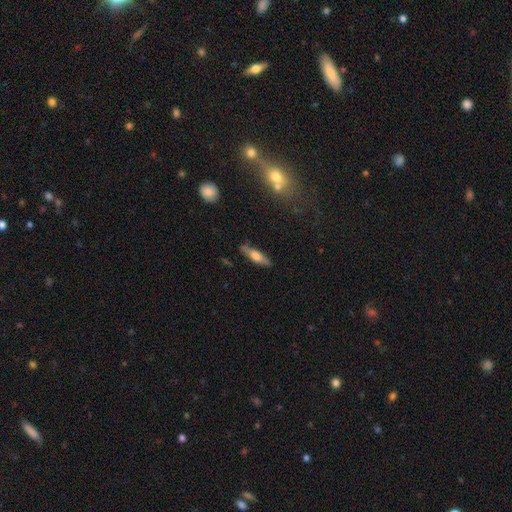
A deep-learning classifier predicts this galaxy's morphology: A smooth galaxy with no disk features (51%) that is cigar-shaped (67%).

Vote fractions:
- Smooth or featured? smooth: 51% / featured or disk: 42% / star or artifact: 7%
- How rounded? cigar-shaped: 67% / in between: 30% / round: 2%
- Merging? none: 80% / minor disturbance: 15% / major disturbance: 3% / merger: 2%